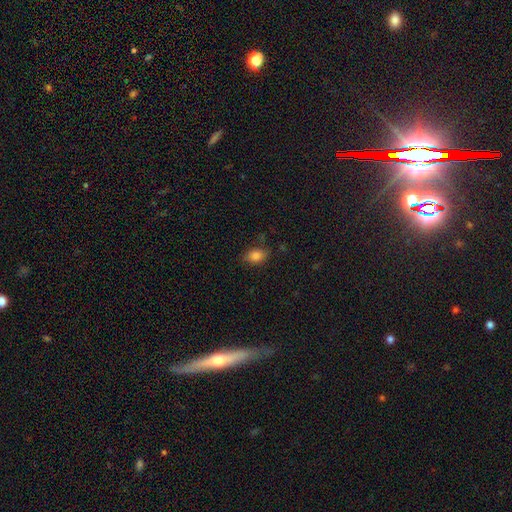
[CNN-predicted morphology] This appears to be a smooth galaxy with no disk features (85%) that is in between round and cigar-shaped (80%). Merging: none (76%).